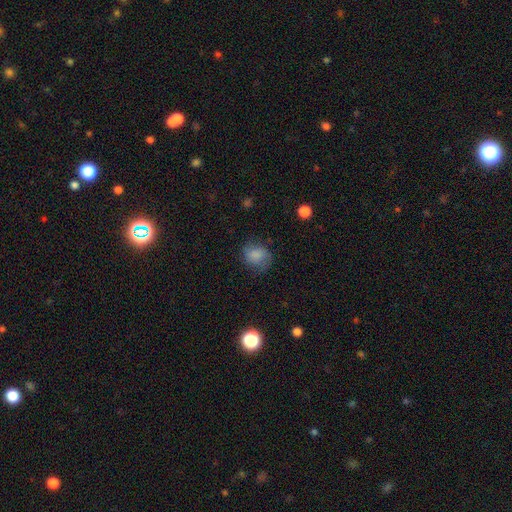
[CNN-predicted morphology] smooth_or_featured: smooth (p=0.75) [alt: featured or disk p=0.14]
how_rounded: round (p=0.67) [alt: in between p=0.32]
merging: none (p=0.62) [alt: minor disturbance p=0.25]